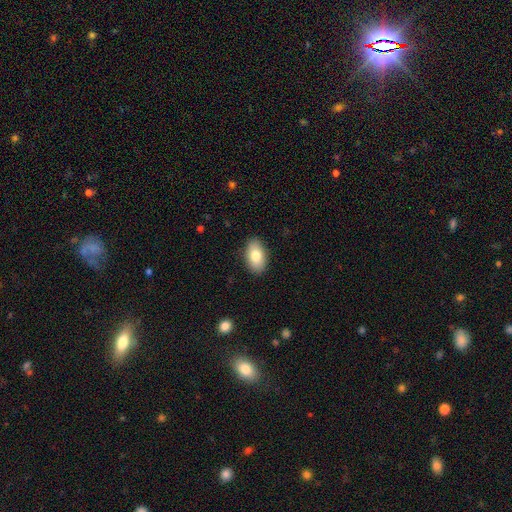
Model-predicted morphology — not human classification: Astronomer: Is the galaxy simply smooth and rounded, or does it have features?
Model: smooth — 79%.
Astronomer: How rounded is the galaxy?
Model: in between — 92%.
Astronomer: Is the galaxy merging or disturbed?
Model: none — 88%.